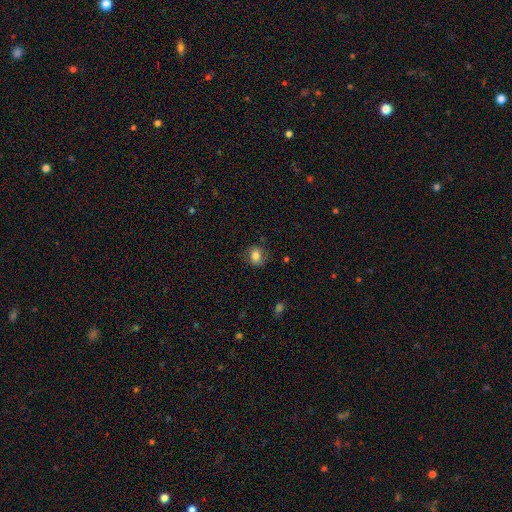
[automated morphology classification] type=smooth (76%); roundness=round (55%); merging=none (72%).